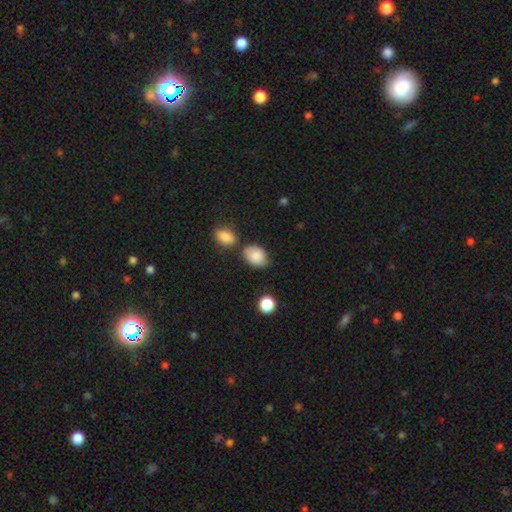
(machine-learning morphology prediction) Smooth or featured?
  - smooth: 86% *
  - star or artifact: 8%
  - featured or disk: 6%
How rounded?
  - in between: 78% *
  - round: 21%
  - cigar-shaped: 1%
Merging?
  - none: 62% *
  - minor disturbance: 20%
  - merger: 13%
  - major disturbance: 5%